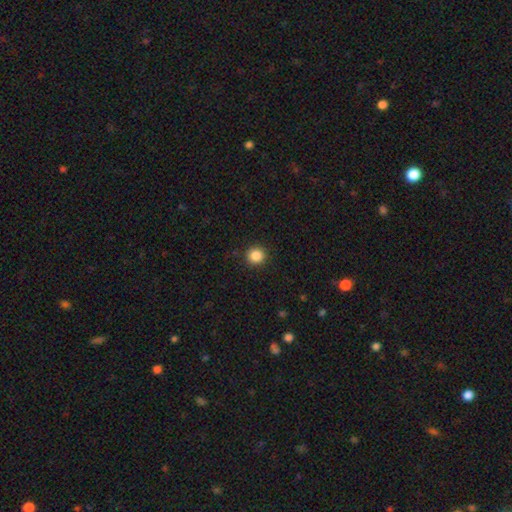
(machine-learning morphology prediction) This appears to be a smooth galaxy with no disk features (86%) that is round (93%). Merging: none (92%).